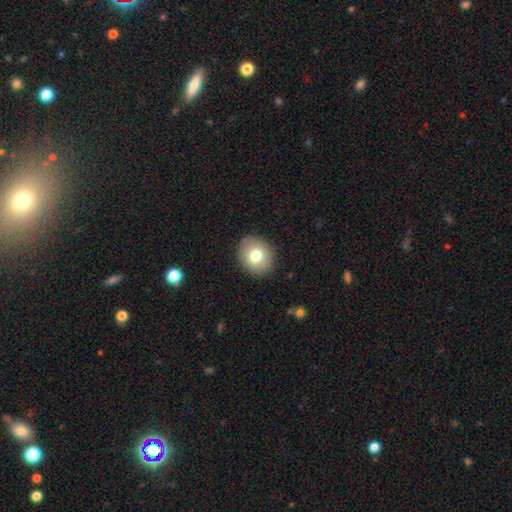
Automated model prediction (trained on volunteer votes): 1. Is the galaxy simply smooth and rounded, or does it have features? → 77% smooth, 14% featured or disk, 9% star or artifact.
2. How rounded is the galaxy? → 75% round, 24% in between, 1% cigar-shaped.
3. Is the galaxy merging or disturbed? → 89% none, 8% minor disturbance, 2% major disturbance, 1% merger.